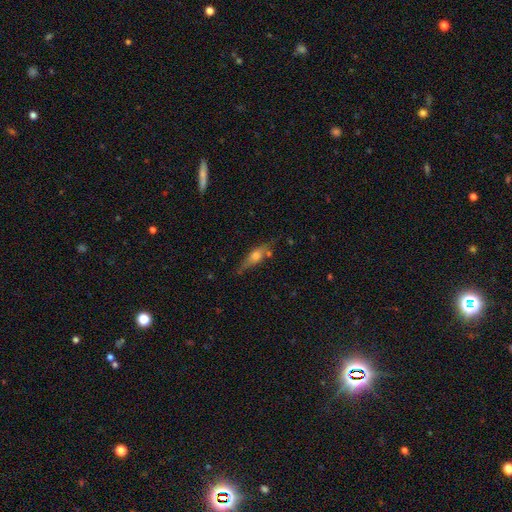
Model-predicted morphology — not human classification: A smooth galaxy with no disk features (48%). Merging: none (62%).